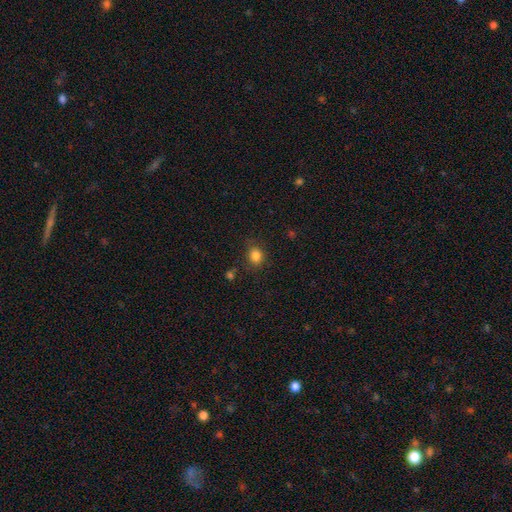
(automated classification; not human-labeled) Smooth or featured? smooth (83%)
How rounded? round (61%)
Merging? none (81%)